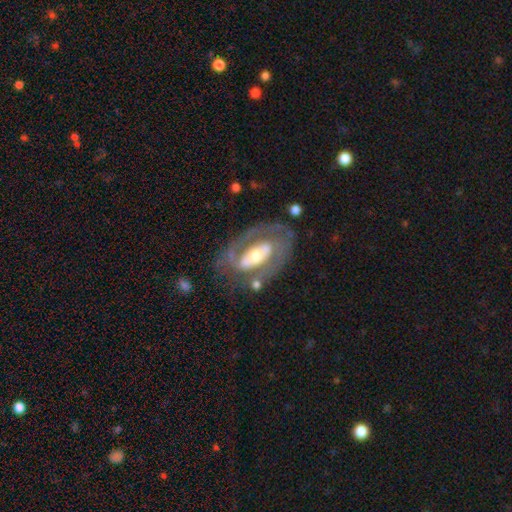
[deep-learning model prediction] Smooth or featured? Predicted: featured or disk (p=0.77). Edge-on disk? Predicted: no (p=0.92). Bar? Predicted: no (p=0.42). Spiral arms? Predicted: yes (p=0.60). Bulge size? Predicted: moderate (p=0.56). Merging? Predicted: none (p=0.64).